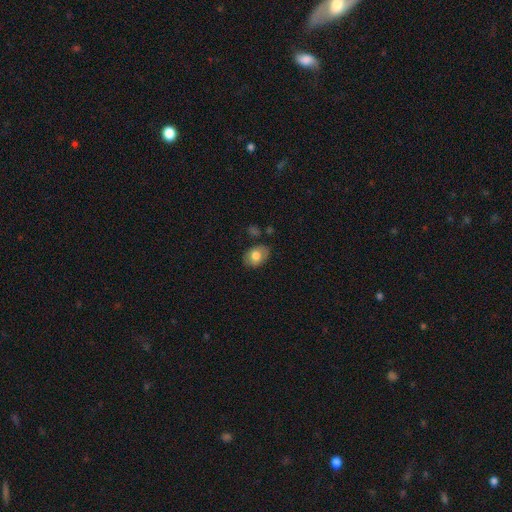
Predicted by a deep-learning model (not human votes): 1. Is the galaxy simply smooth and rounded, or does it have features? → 75% smooth, 17% featured or disk, 7% star or artifact.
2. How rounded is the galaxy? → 75% in between, 24% round, 1% cigar-shaped.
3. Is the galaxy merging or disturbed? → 79% none, 15% minor disturbance, 3% major disturbance, 3% merger.